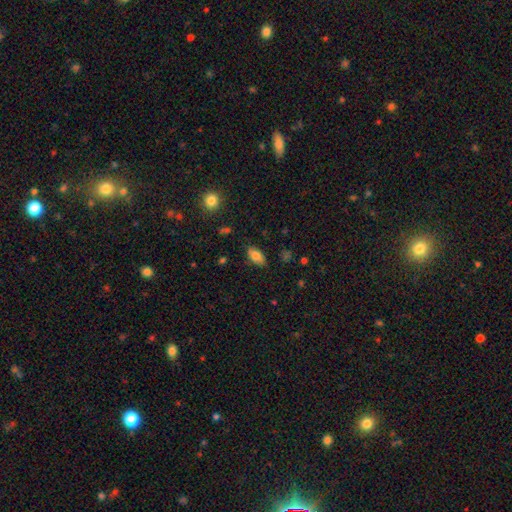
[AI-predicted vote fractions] Q: Smooth or featured?
A: smooth (80%); runner-up: featured or disk (12%)
Q: How rounded?
A: in between (91%); runner-up: cigar-shaped (5%)
Q: Merging?
A: none (82%); runner-up: minor disturbance (13%)